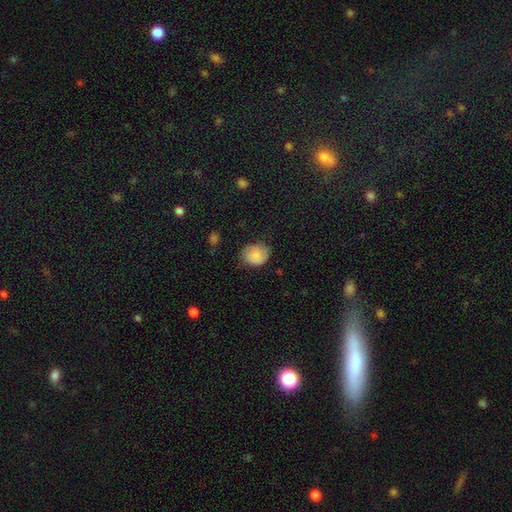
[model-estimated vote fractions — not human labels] Overall: smooth (77%). How rounded: round (57%; in between 42%). Merging: none (65%; minor disturbance 27%).